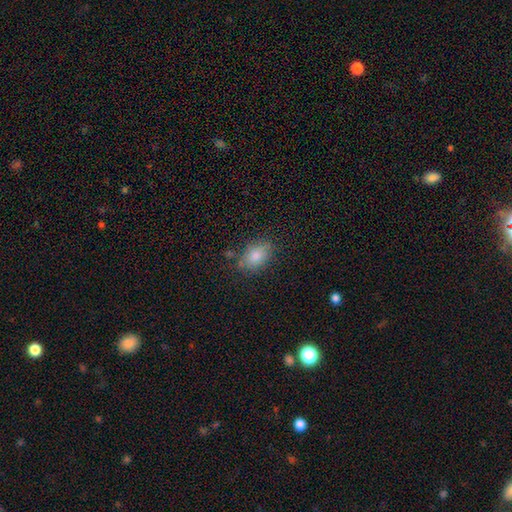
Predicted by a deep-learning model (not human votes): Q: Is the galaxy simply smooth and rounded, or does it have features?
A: smooth — 79%.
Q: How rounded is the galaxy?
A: in between — 78%.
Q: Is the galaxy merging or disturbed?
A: none — 78%.